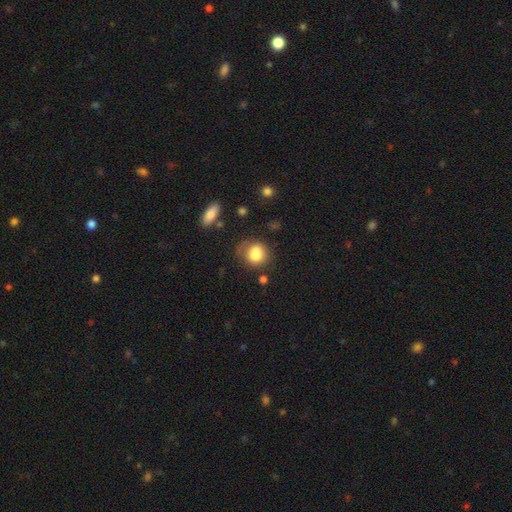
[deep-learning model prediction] Q: Smooth or featured?
A: smooth (78%); runner-up: featured or disk (12%)
Q: How rounded?
A: round (62%); runner-up: in between (37%)
Q: Merging?
A: none (50%); runner-up: minor disturbance (24%)